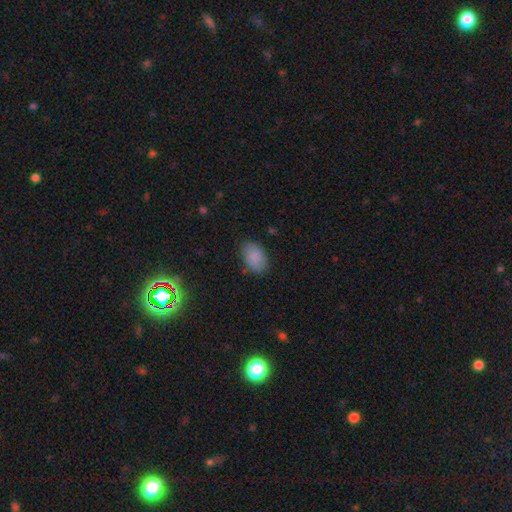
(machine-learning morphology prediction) smooth-or-featured: smooth: 87% | star or artifact: 8% | featured or disk: 5%
  how-rounded: in between: 88% | round: 11% | cigar-shaped: 1%
  merging: none: 82% | minor disturbance: 14% | major disturbance: 3% | merger: 1%